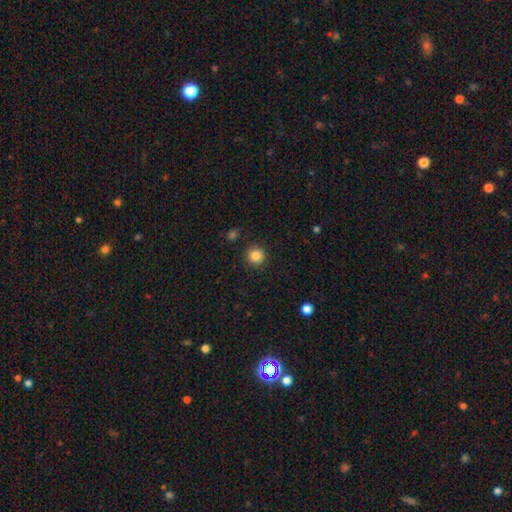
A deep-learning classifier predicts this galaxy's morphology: smooth 85%, star or artifact 11%, featured or disk 4%. Down the decision tree: how rounded — round (94%); merging — none (91%).